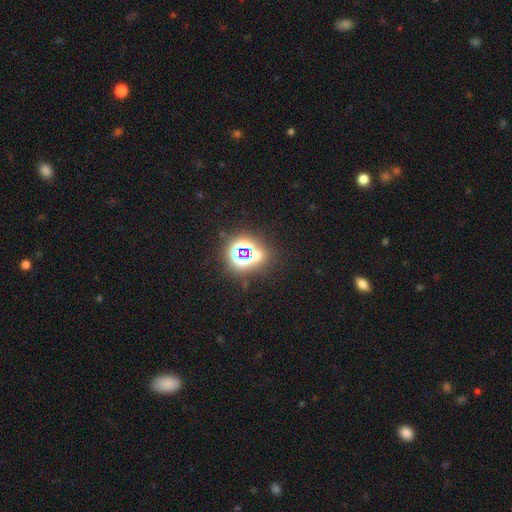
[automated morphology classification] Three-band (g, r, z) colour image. It shows a star or artifact, not a galaxy (69%).